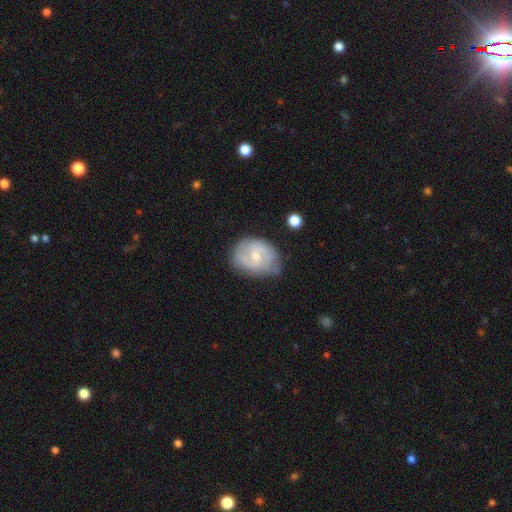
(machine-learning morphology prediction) Smooth or featured? featured or disk (70%)
Edge-on disk? no (97%)
Bar? weak (52%)
Spiral arms? yes (88%)
Spiral winding? medium (46%)
Spiral arm count? 2 (67%)
Bulge size? small (55%)
Merging? none (63%)